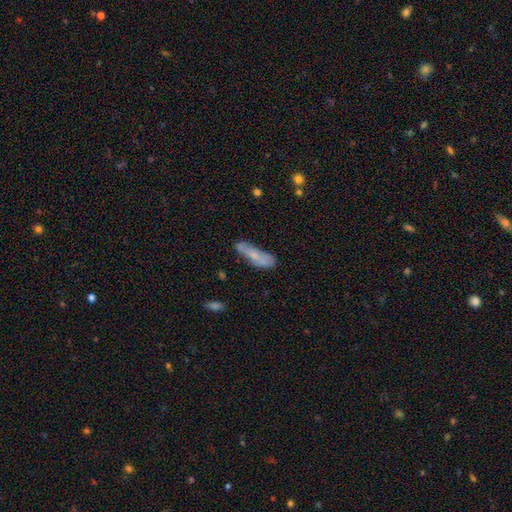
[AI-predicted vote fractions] Smooth or featured? Predicted: smooth (p=0.59). How rounded? Predicted: cigar-shaped (p=0.58). Merging? Predicted: none (p=0.52).